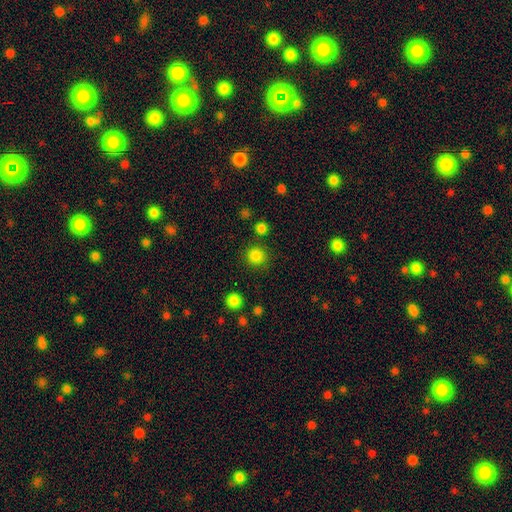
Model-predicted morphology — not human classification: A smooth galaxy with no disk features (84%) that is round (93%). Merging: none (86%).